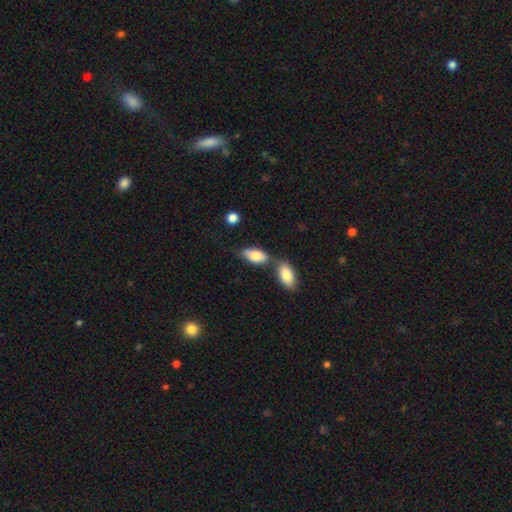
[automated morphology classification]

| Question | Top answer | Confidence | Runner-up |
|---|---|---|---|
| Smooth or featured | smooth | 80% | featured or disk (14%) |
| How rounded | in between | 88% | cigar-shaped (9%) |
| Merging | none | 51% | merger (31%) |